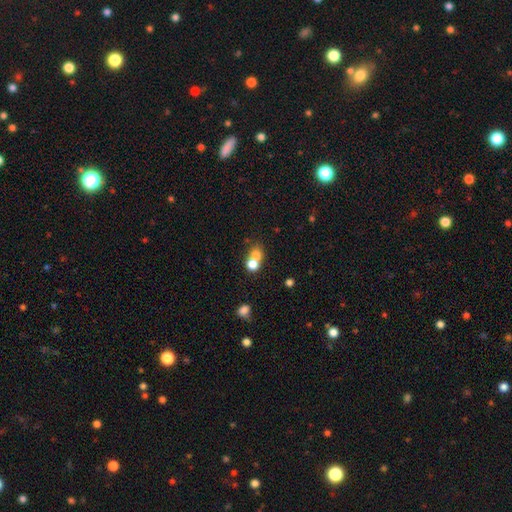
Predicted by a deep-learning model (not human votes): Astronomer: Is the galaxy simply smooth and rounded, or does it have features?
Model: smooth — 72%.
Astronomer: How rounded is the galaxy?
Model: round — 73%.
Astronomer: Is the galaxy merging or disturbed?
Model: merger — 56% (runner-up: none, 34%).